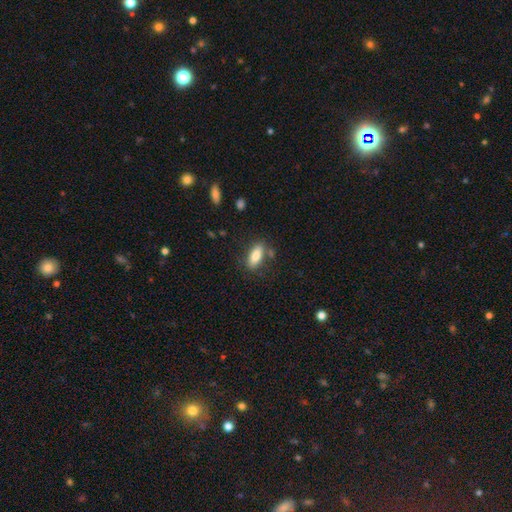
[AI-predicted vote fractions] A smooth galaxy with no disk features (80%) that is in between round and cigar-shaped (77%).

Vote fractions:
- Smooth or featured? smooth: 80% / featured or disk: 13% / star or artifact: 7%
- How rounded? in between: 77% / cigar-shaped: 20% / round: 3%
- Merging? none: 77% / minor disturbance: 13% / merger: 6% / major disturbance: 4%